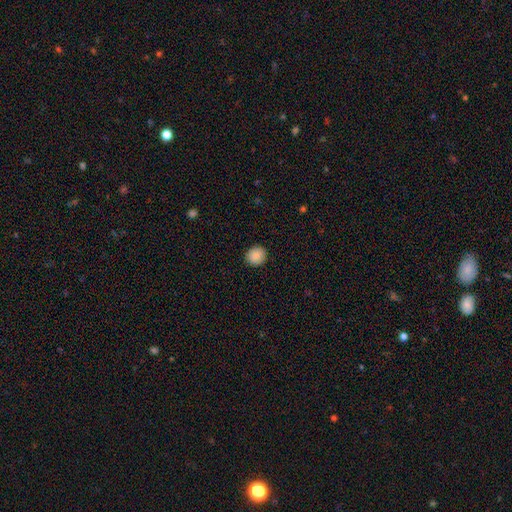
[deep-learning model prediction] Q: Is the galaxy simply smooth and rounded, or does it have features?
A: smooth — 88%.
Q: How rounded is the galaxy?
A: round — 87%.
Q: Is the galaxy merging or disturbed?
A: none — 92%.